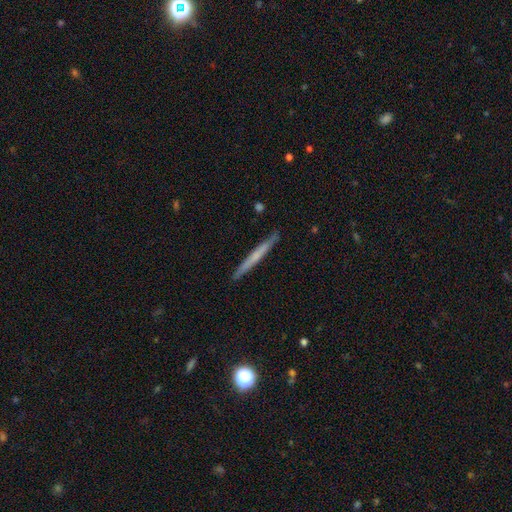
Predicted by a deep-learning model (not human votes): smooth_or_featured: smooth (p=0.48) [alt: featured or disk p=0.47]
merging: none (p=0.91) [alt: minor disturbance p=0.07]